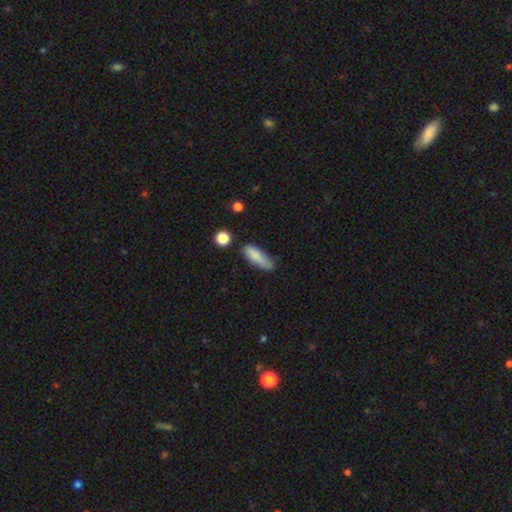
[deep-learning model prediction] Smooth or featured: smooth — 83% (featured or disk — 9%)
How rounded: in between — 57% (cigar-shaped — 41%)
Merging: none — 52% (minor disturbance — 35%)